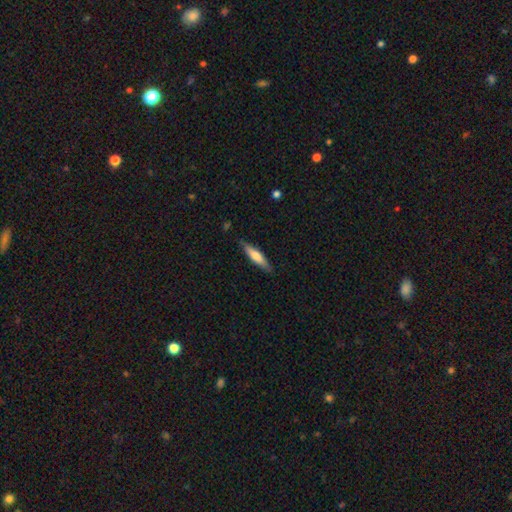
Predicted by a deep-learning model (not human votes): This appears to be a smooth galaxy with no disk features (62%) that is cigar-shaped (80%). Merging: none (85%).